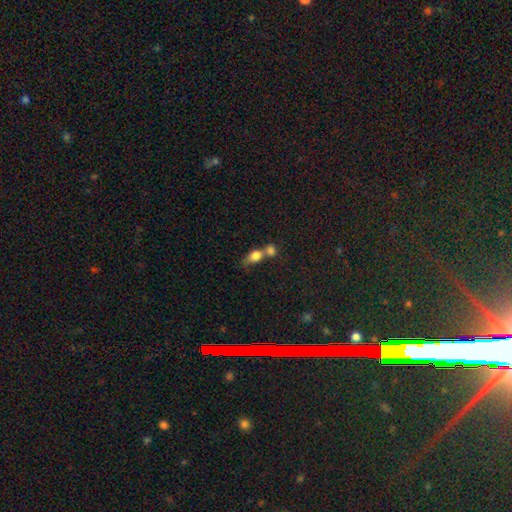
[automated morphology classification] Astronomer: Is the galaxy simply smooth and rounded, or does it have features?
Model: smooth — 77%.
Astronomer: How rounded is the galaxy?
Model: in between — 62%.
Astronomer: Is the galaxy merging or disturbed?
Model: merger — 66%.